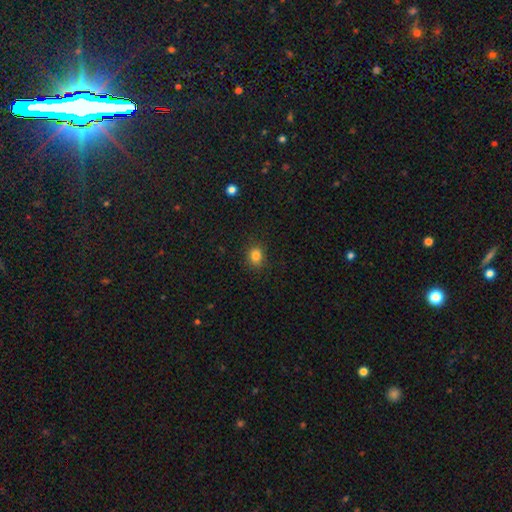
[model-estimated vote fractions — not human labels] This appears to be a smooth galaxy with no disk features (83%) that is round (69%). Merging: none (87%).